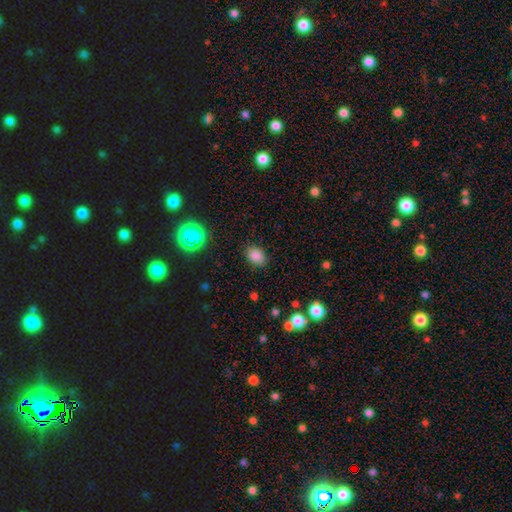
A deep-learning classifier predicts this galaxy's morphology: Smooth or featured? Predicted: smooth (p=0.84). How rounded? Predicted: in between (p=0.70). Merging? Predicted: none (p=0.85).